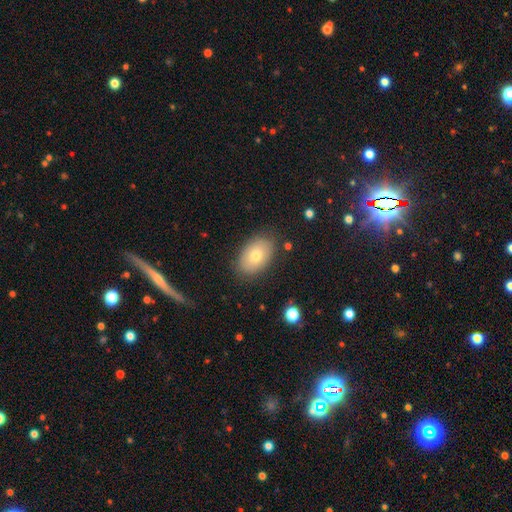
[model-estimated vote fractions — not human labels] The model was most divided on "smooth or featured": smooth: 73%, featured or disk: 19%, star or artifact: 8%. More confident: how rounded — in between (88%); merging — none (83%).